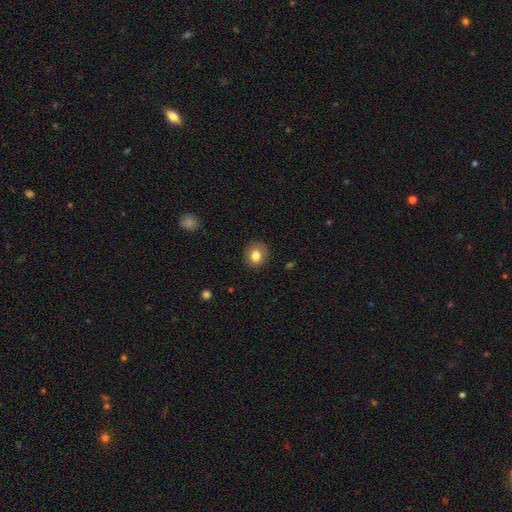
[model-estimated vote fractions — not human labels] The model was most divided on "how rounded": round: 80%, in between: 19%, cigar-shaped: 1%. More confident: merging — none (87%); smooth or featured — smooth (81%).